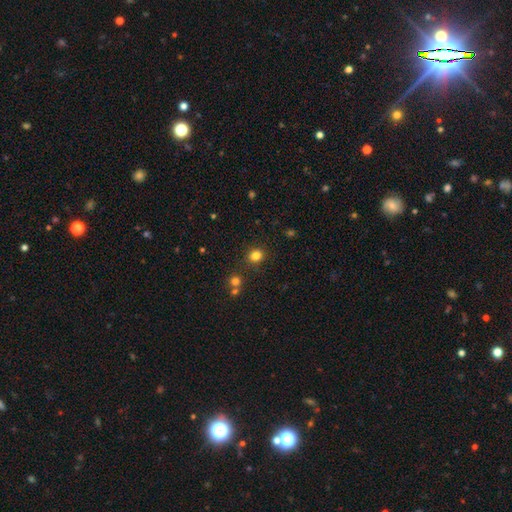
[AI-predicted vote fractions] smooth 81%, star or artifact 14%, featured or disk 5%. Down the decision tree: how rounded — round (78%); merging — none (86%).